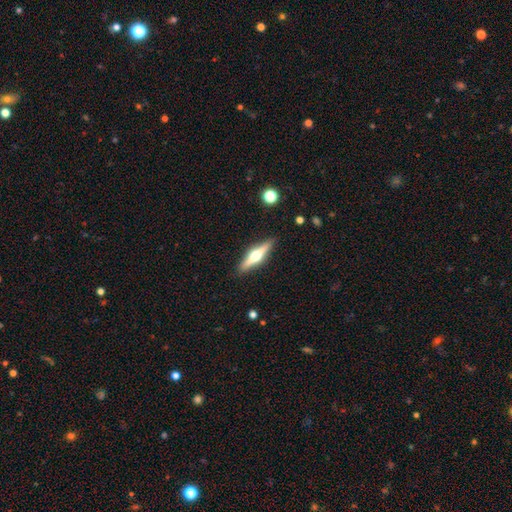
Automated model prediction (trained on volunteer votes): Morphology: type=featured or disk (70%); edge-on=yes (97%); edge-on bulge=rounded (96%); merging=none (90%).